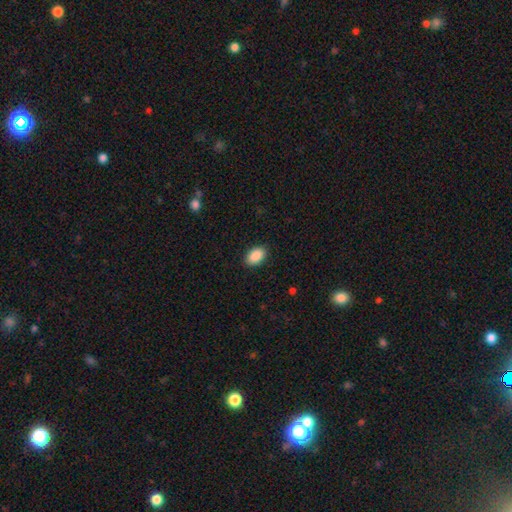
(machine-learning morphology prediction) The model was most divided on "merging": none: 89%, minor disturbance: 8%, major disturbance: 2%, merger: 1%. More confident: how rounded — in between (92%); smooth or featured — smooth (90%).